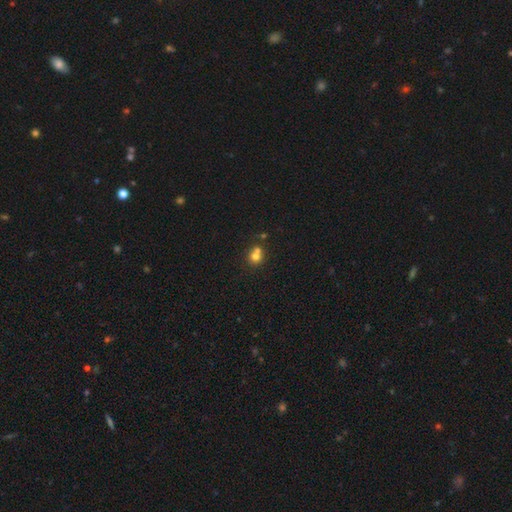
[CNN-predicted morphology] Smooth or featured? Predicted: smooth (p=0.73). How rounded? Predicted: round (p=0.82). Merging? Predicted: merger (p=0.48).